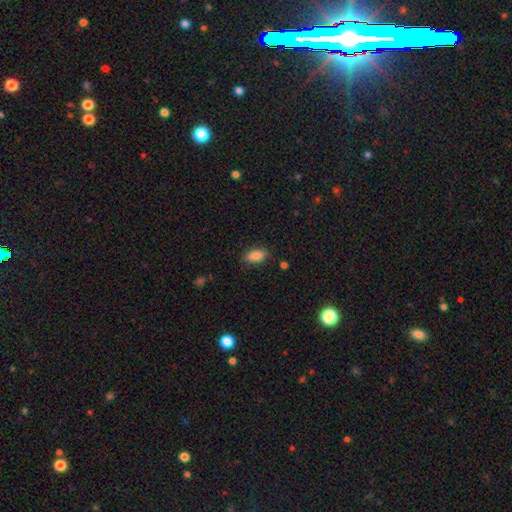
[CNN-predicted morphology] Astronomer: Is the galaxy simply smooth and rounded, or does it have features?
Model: smooth — 86%.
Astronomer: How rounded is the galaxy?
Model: in between — 88%.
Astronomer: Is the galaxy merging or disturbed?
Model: none — 84%.